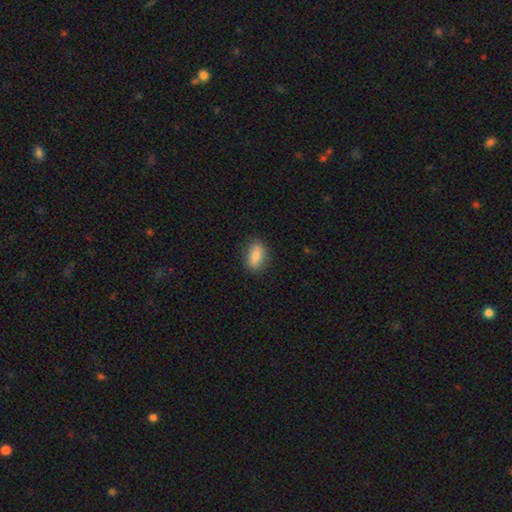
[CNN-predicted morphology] A smooth galaxy with no disk features (83%) that is in between round and cigar-shaped (84%). Merging: none (84%).